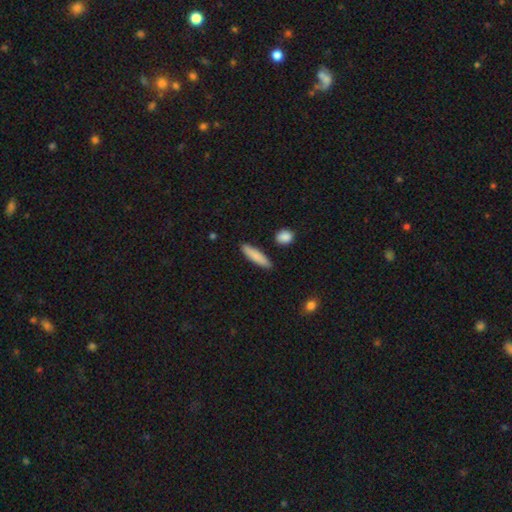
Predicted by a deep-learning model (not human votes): smooth 84%, featured or disk 11%, star or artifact 6%. Down the decision tree: how rounded — cigar-shaped (77%); merging — none (88%).